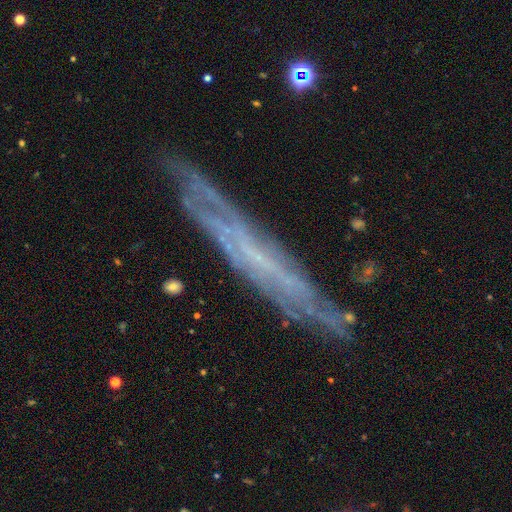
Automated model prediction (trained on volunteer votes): This appears to be a featured or disk galaxy (72%) viewed edge-on (64%). Merging: none (78%).